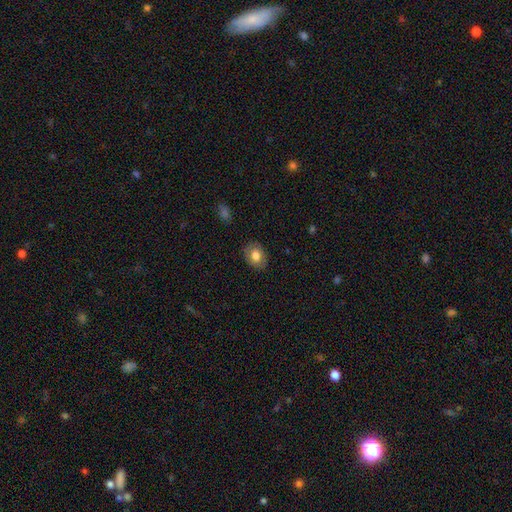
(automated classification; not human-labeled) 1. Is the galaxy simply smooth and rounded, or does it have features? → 78% smooth, 15% featured or disk, 8% star or artifact.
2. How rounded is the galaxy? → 66% in between, 33% round, 1% cigar-shaped.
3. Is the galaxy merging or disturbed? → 85% none, 11% minor disturbance, 3% major disturbance, 1% merger.